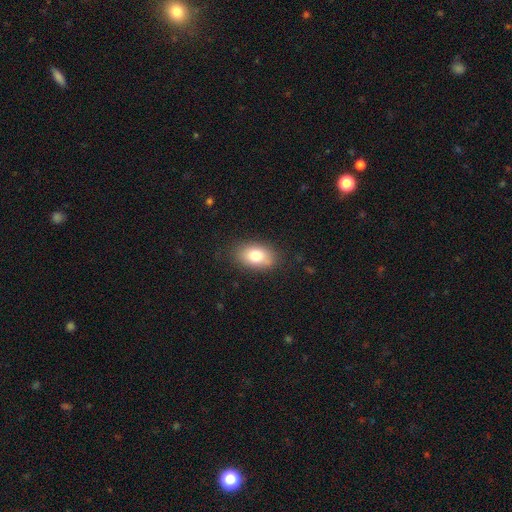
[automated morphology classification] Smooth or featured?
  - smooth: 79% *
  - featured or disk: 13%
  - star or artifact: 9%
How rounded?
  - in between: 86% *
  - round: 12%
  - cigar-shaped: 2%
Merging?
  - none: 82% *
  - minor disturbance: 13%
  - major disturbance: 3%
  - merger: 1%